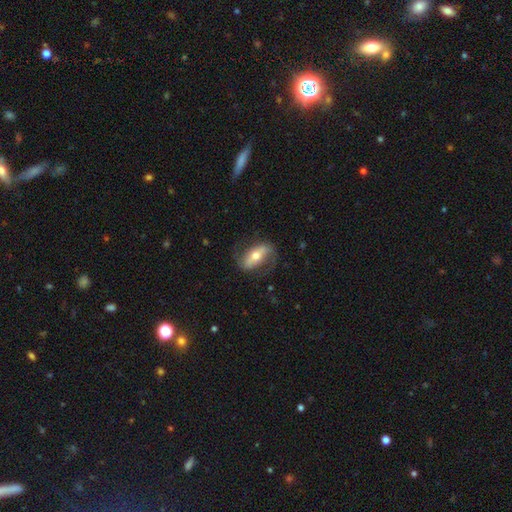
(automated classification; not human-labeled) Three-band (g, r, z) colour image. It shows a featured or disk galaxy (67%) with a strong bar (52%), spiral arms (83%) and a moderate central bulge (66%). Merging: none (71%).